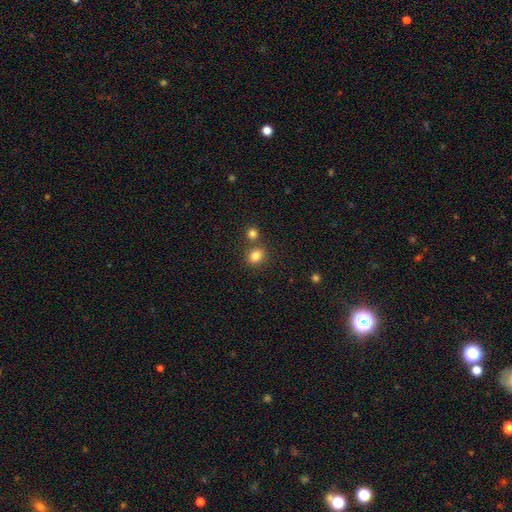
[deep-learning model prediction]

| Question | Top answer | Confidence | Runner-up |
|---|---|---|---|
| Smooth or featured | smooth | 82% | star or artifact (12%) |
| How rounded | round | 67% | in between (33%) |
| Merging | none | 68% | merger (20%) |